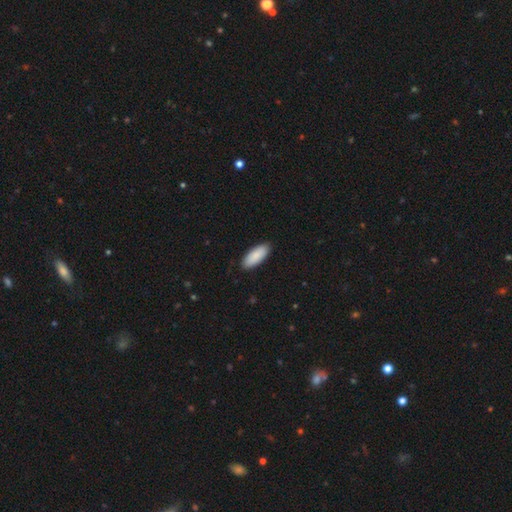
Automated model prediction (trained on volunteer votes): Smooth or featured?
  - smooth: 90% *
  - star or artifact: 5%
  - featured or disk: 5%
How rounded?
  - in between: 81% *
  - cigar-shaped: 17%
  - round: 1%
Merging?
  - none: 89% *
  - minor disturbance: 9%
  - major disturbance: 2%
  - merger: 1%